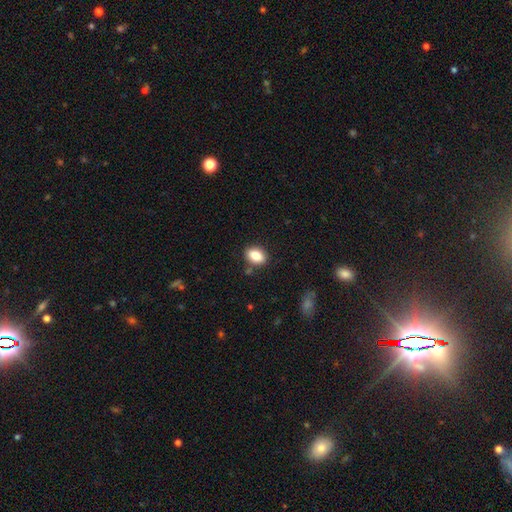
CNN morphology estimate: Smooth or featured? smooth (85%)
How rounded? in between (79%)
Merging? none (84%)